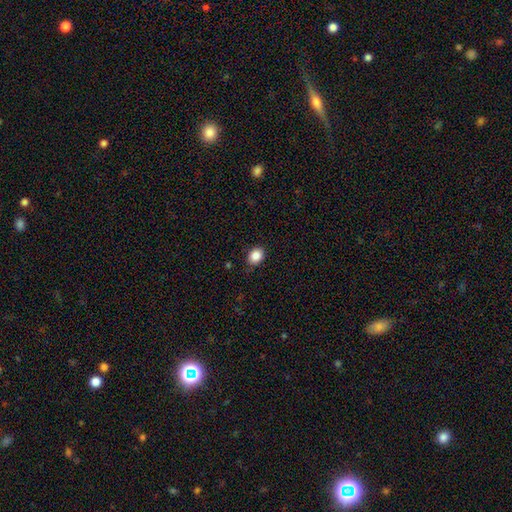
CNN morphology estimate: This is clearly a smooth galaxy (86%). How rounded: possibly in between (52%). Merging: clearly none (85%).